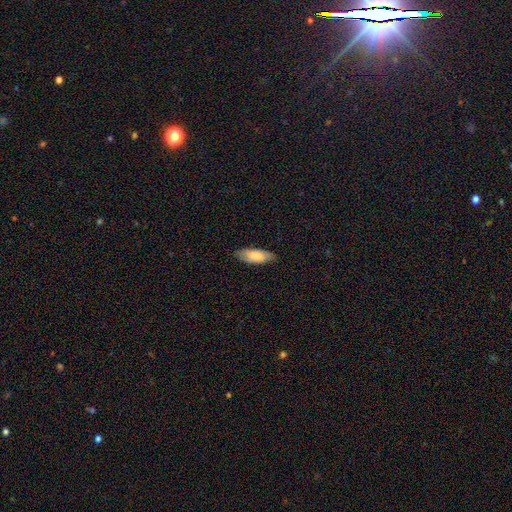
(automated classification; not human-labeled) A smooth galaxy with no disk features (80%) that is in between round and cigar-shaped (72%). Merging: none (83%).